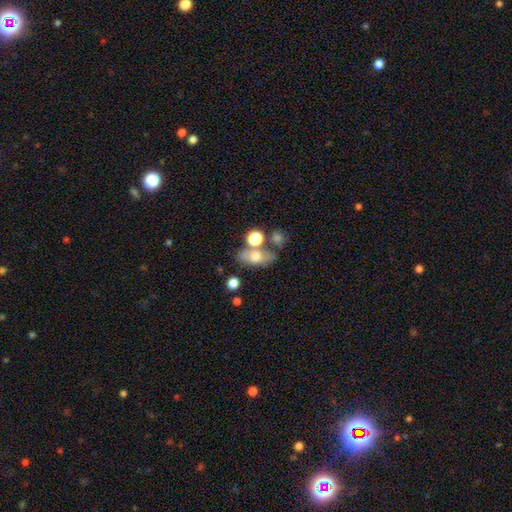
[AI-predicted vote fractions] Overall: smooth (63%; featured or disk 26%). How rounded: in between (74%). Merging: none (59%; merger 20%).